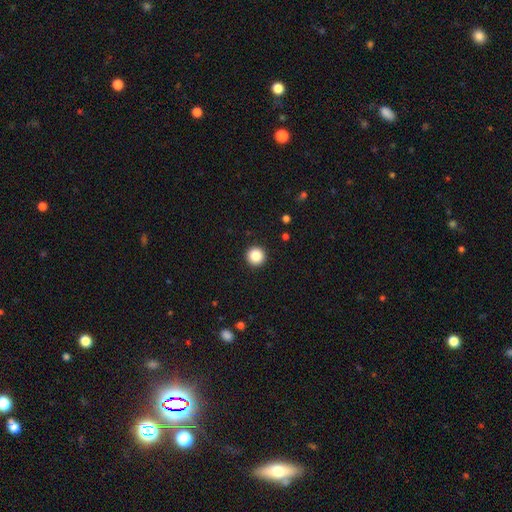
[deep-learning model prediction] Smooth or featured? smooth (86%)
How rounded? round (96%)
Merging? none (94%)